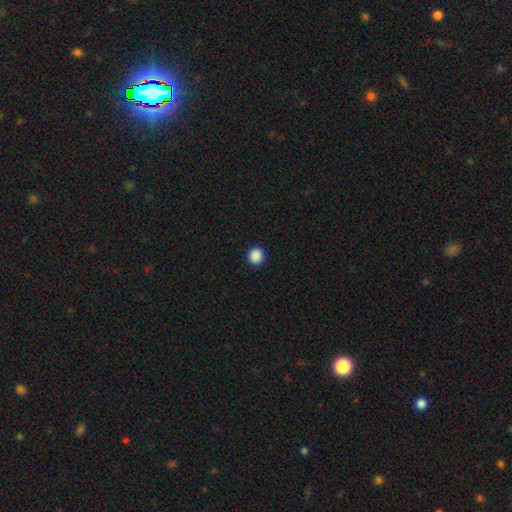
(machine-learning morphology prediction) Q: Smooth or featured?
A: smooth (89%); runner-up: star or artifact (9%)
Q: How rounded?
A: round (89%); runner-up: in between (10%)
Q: Merging?
A: none (93%); runner-up: minor disturbance (5%)